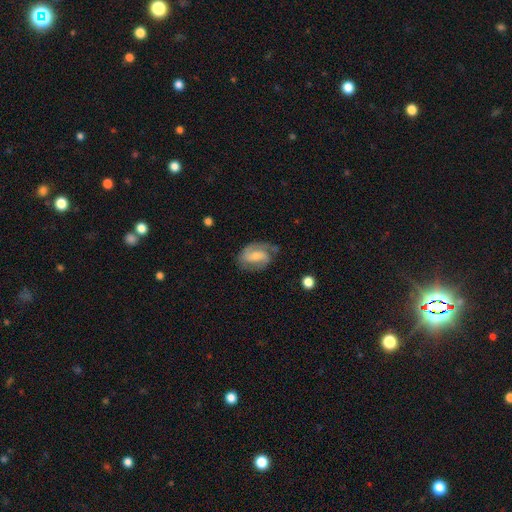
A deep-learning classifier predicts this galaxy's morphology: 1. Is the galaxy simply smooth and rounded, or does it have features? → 74% featured or disk, 20% smooth, 6% star or artifact.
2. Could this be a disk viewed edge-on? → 97% no, 3% yes.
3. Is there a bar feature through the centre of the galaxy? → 45% weak, 30% no, 25% strong.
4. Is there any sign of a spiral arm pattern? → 93% yes, 7% no.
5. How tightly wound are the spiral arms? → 47% medium, 32% tight, 21% loose.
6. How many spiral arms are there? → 79% 2, 9% 1, 7% can't tell, 2% 3, 1% 4, 1% more than 4.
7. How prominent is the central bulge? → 45% small, 44% moderate, 5% none, 5% large, 1% dominant.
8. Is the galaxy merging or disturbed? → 63% none, 24% minor disturbance, 11% major disturbance, 2% merger.